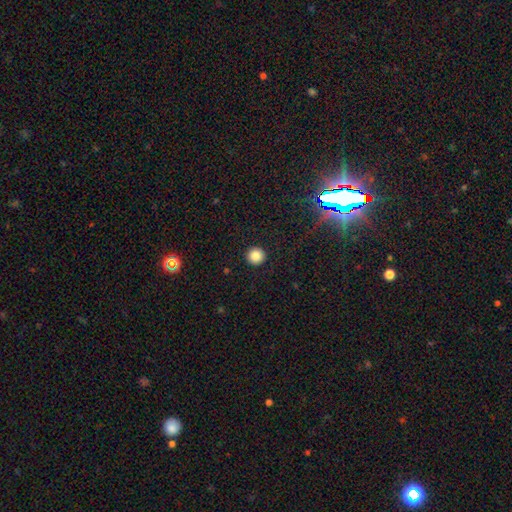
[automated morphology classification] smooth-or-featured: smooth: 87% | star or artifact: 10% | featured or disk: 3%
  how-rounded: round: 96% | in between: 3% | cigar-shaped: 1%
  merging: none: 93% | minor disturbance: 4% | major disturbance: 2% | merger: 1%